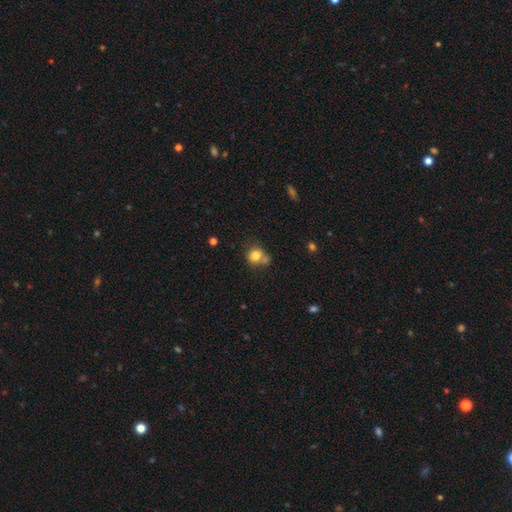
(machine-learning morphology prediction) smooth-or-featured: smooth: 81% | star or artifact: 10% | featured or disk: 9%
  how-rounded: round: 77% | in between: 22% | cigar-shaped: 1%
  merging: none: 49% | merger: 28% | minor disturbance: 16% | major disturbance: 7%